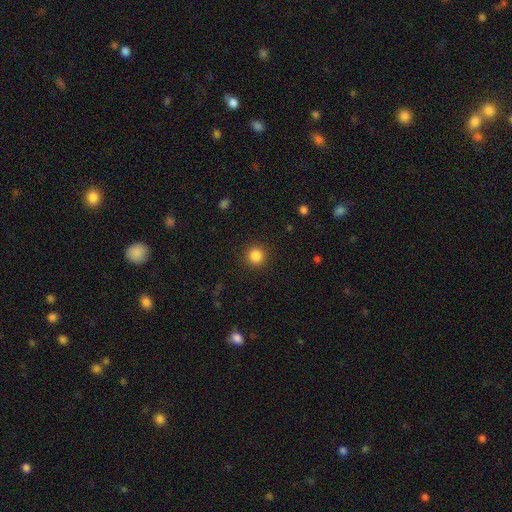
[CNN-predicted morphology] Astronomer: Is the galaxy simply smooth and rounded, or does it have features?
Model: smooth — 85%.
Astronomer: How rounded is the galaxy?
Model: round — 93%.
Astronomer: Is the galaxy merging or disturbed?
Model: none — 91%.